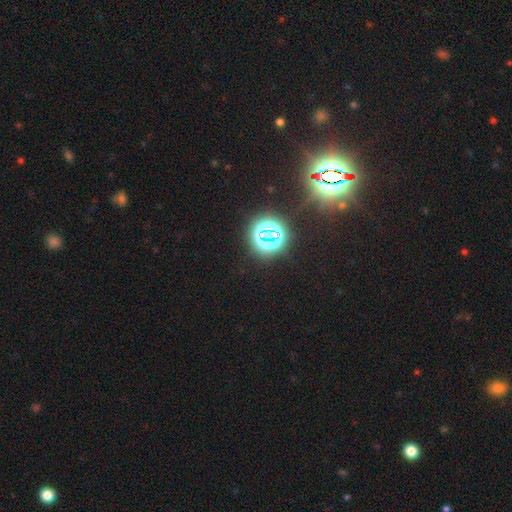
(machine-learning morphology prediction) This appears to be a star or artifact, not a galaxy (78%).